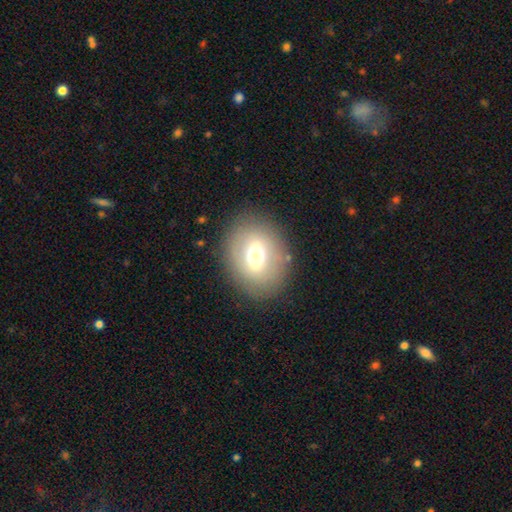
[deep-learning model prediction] smooth-or-featured: smooth: 53% | featured or disk: 36% | star or artifact: 11%
  how-rounded: in between: 53% | round: 46% | cigar-shaped: 1%
  merging: none: 82% | minor disturbance: 11% | major disturbance: 6% | merger: 2%